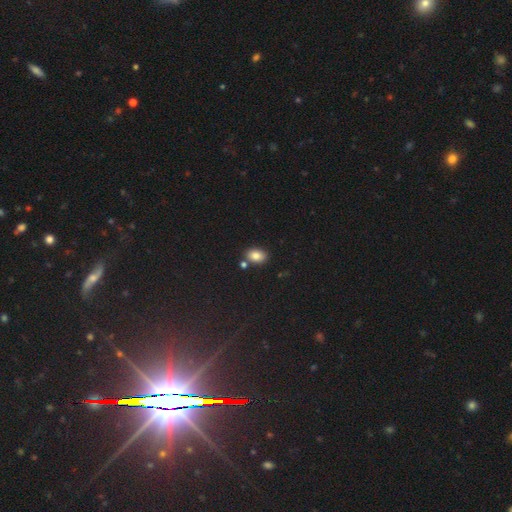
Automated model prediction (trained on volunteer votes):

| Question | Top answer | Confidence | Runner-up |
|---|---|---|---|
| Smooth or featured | smooth | 82% | star or artifact (10%) |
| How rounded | in between | 81% | round (18%) |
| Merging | none | 77% | merger (11%) |